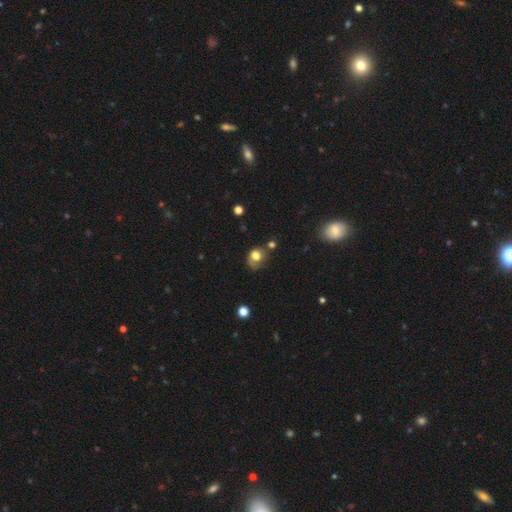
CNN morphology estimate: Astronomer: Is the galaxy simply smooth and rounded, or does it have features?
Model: smooth — 72%.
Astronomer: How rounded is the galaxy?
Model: round — 57% (runner-up: in between, 42%).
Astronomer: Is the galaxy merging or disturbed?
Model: none — 44% (runner-up: minor disturbance, 29%).